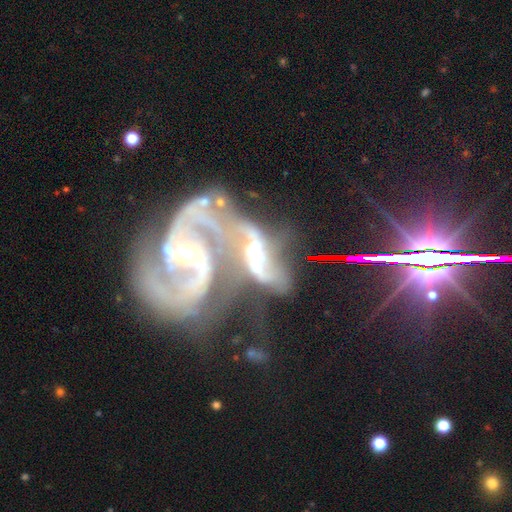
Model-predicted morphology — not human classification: Overall: featured or disk (79%). Edge-on disk: no (96%). Bar: no (49%; weak 30%). Spiral arms: yes (80%). Spiral arm count: 2 (63%). Spiral winding: loose (52%; medium 33%). Bulge size: moderate (43%; small 41%). Merging: merger (72%).